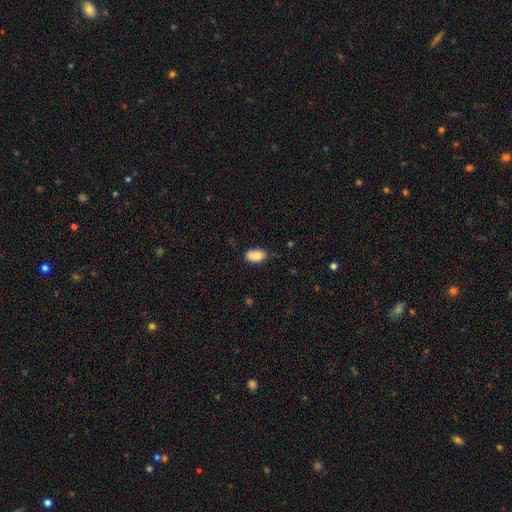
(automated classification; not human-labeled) This appears to be a smooth galaxy with no disk features (86%) that is in between round and cigar-shaped (93%). Merging: none (70%).